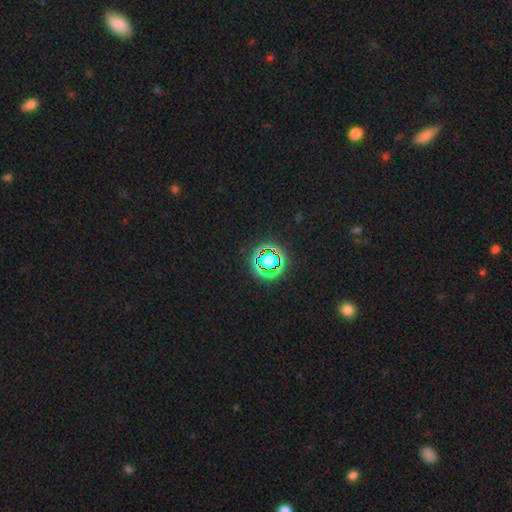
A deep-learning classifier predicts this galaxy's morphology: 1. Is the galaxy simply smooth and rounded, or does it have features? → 77% star or artifact, 17% smooth, 7% featured or disk.